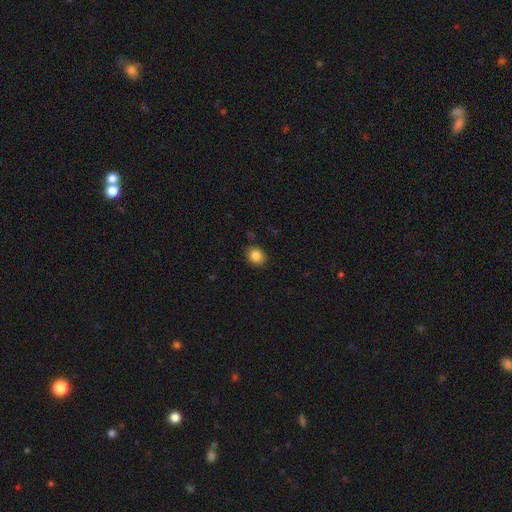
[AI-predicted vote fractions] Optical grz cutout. It shows a smooth galaxy with no disk features (85%) that is round (63%). Merging: none (86%).